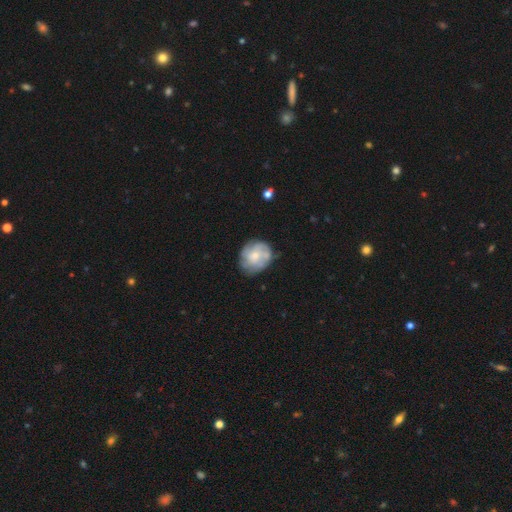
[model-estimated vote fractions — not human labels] Smooth or featured? Predicted: featured or disk (p=0.50). Edge-on disk? Predicted: no (p=0.98). Merging? Predicted: none (p=0.68).